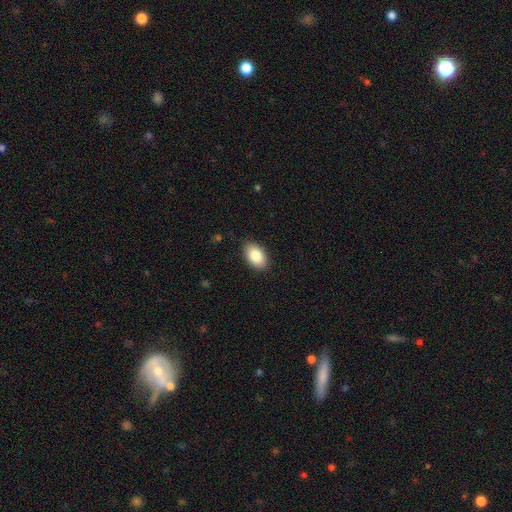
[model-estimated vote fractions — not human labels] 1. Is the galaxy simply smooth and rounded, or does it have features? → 86% smooth, 8% featured or disk, 7% star or artifact.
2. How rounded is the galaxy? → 93% in between, 6% round, 1% cigar-shaped.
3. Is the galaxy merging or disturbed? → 87% none, 10% minor disturbance, 2% major disturbance, 1% merger.